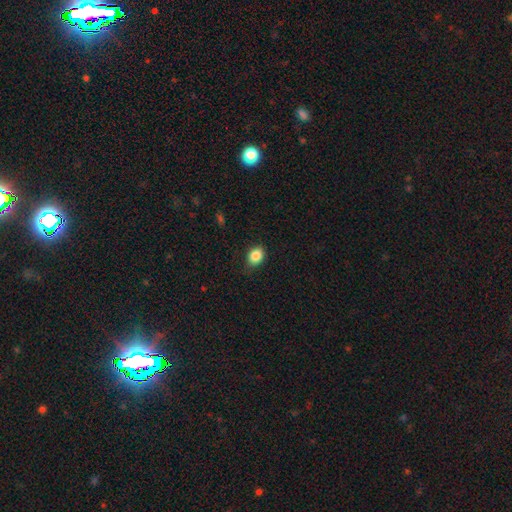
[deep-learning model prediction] A smooth galaxy with no disk features (86%) that is in between round and cigar-shaped (59%). Merging: none (80%).